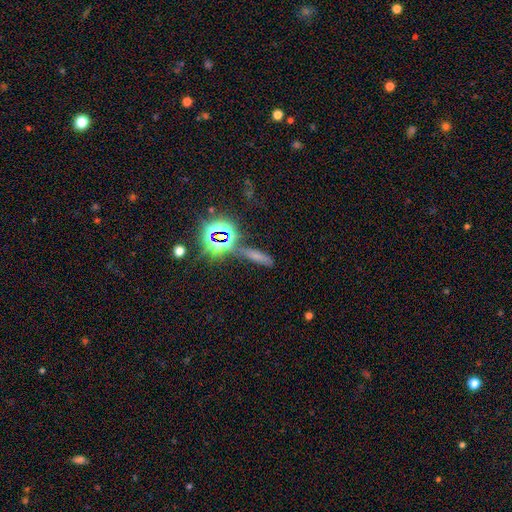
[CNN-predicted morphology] smooth-or-featured: smooth: 49% | star or artifact: 38% | featured or disk: 13%
  merging: none: 74% | minor disturbance: 13% | merger: 8% | major disturbance: 6%